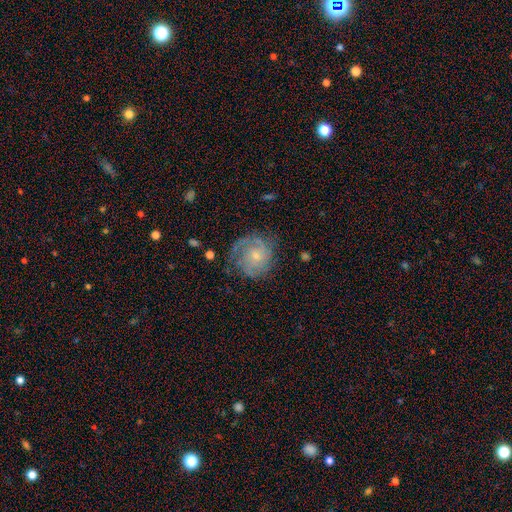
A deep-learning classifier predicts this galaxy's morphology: The model was most divided on "spiral arm count": can't tell: 33%, 2: 31%, 3: 18%, 1: 8%, 4: 6%, more than 4: 5%. More confident: edge-on disk — no (98%); spiral arms — yes (92%); smooth or featured — featured or disk (75%); bar — no (72%); merging — none (68%); bulge size — small (65%); spiral winding — tight (58%).